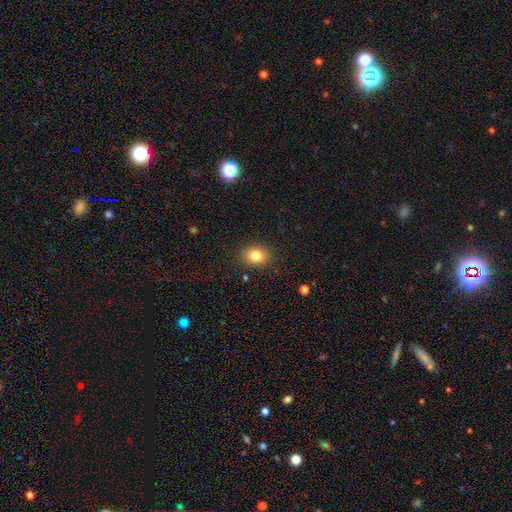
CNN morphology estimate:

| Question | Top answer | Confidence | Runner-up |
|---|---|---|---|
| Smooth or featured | smooth | 83% | star or artifact (10%) |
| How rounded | in between | 58% | round (41%) |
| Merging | none | 87% | minor disturbance (9%) |